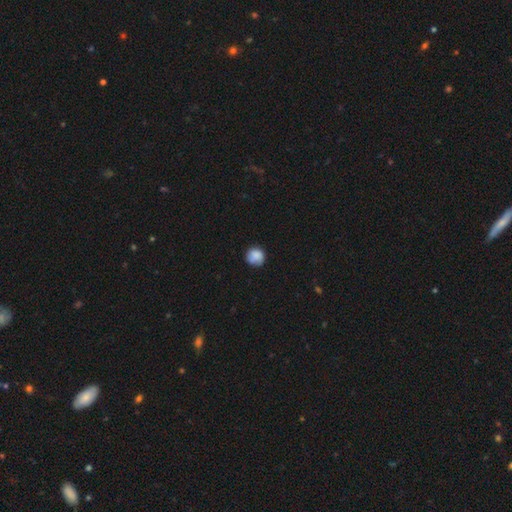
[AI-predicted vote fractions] Smooth or featured: smooth — 82% (featured or disk — 9%)
How rounded: round — 89% (in between — 10%)
Merging: none — 72% (minor disturbance — 21%)